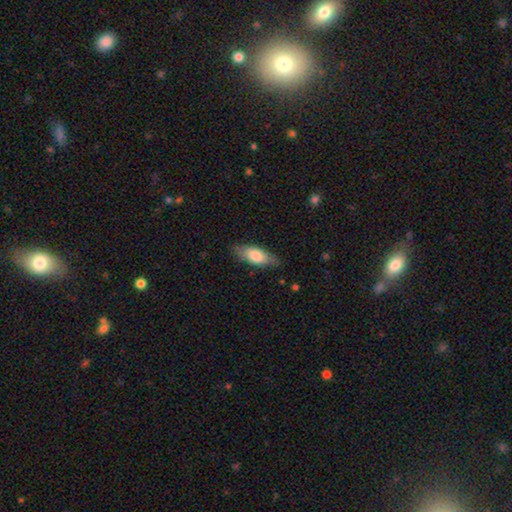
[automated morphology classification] A smooth galaxy with no disk features (76%) that is in between round and cigar-shaped (73%).

Vote fractions:
- Smooth or featured? smooth: 76% / featured or disk: 18% / star or artifact: 6%
- How rounded? in between: 73% / cigar-shaped: 24% / round: 2%
- Merging? none: 80% / minor disturbance: 16% / major disturbance: 3% / merger: 1%